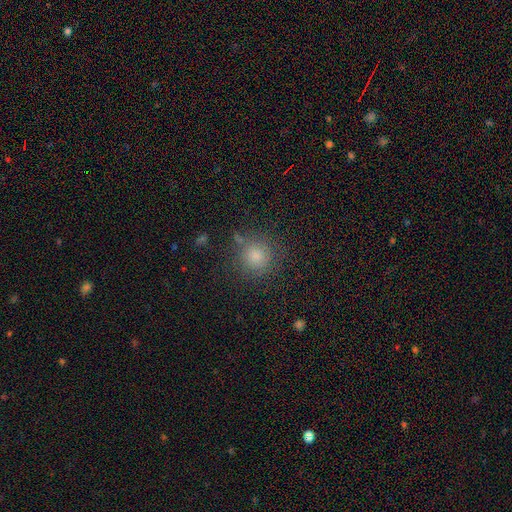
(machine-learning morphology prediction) The model was most divided on "smooth or featured": smooth: 77%, star or artifact: 17%, featured or disk: 6%. More confident: how rounded — round (93%); merging — none (83%).